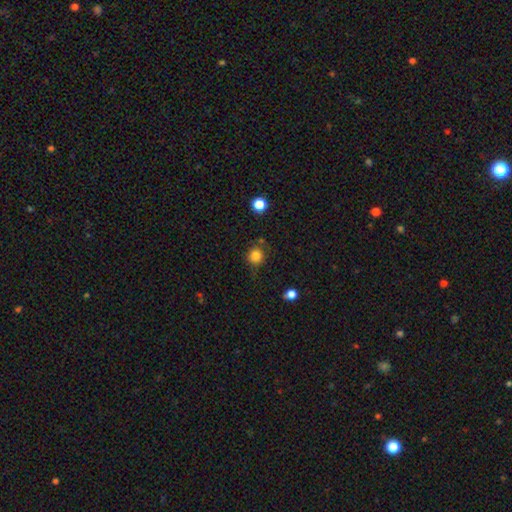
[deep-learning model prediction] smooth 83%, star or artifact 12%, featured or disk 5%. Down the decision tree: how rounded — round (89%); merging — none (74%).